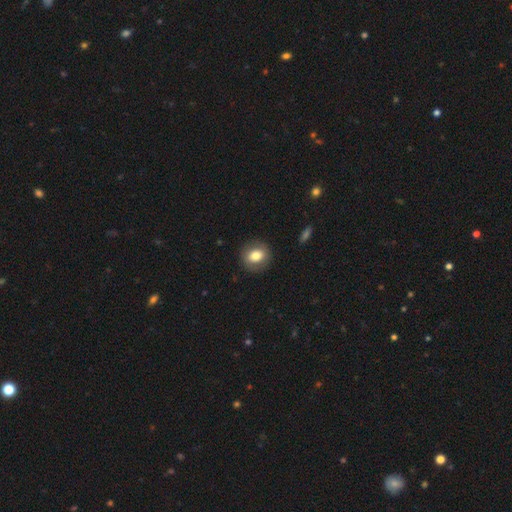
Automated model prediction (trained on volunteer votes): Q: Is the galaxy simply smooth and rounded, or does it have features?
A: smooth — 75%.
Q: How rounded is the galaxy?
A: round — 71%.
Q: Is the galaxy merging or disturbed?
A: none — 87%.